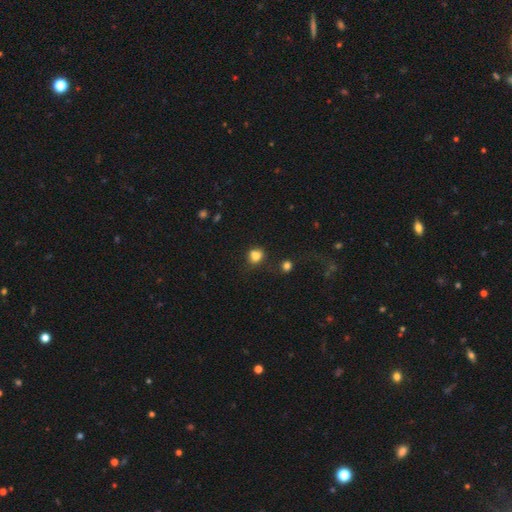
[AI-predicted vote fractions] A smooth galaxy with no disk features (80%) that is round (70%). Merging: none (60%).